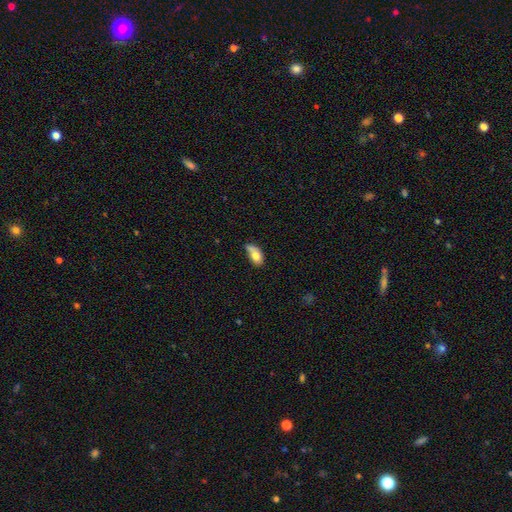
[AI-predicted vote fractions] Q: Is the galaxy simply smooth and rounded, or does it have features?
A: smooth — 73%.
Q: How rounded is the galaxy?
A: in between — 89%.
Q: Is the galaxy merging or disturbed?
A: none — 36%, tied with minor disturbance.